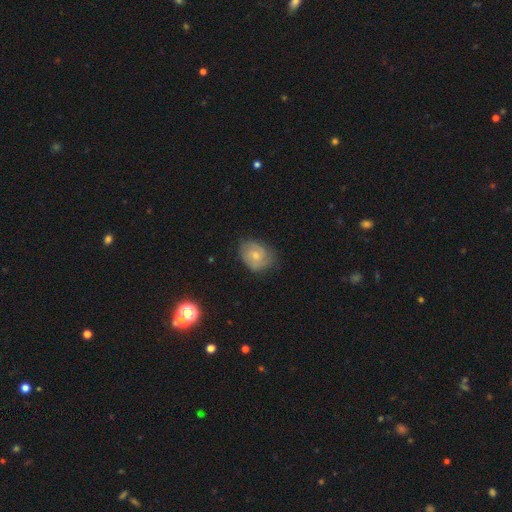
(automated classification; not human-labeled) This is possibly a featured or disk galaxy (55%). It is clearly not viewed edge-on (97%). Bar: likely no (70%). Spiral arm pattern: clearly yes (83%). Central bulge: possibly small (47%, tied with moderate). Merging: likely none (65%).